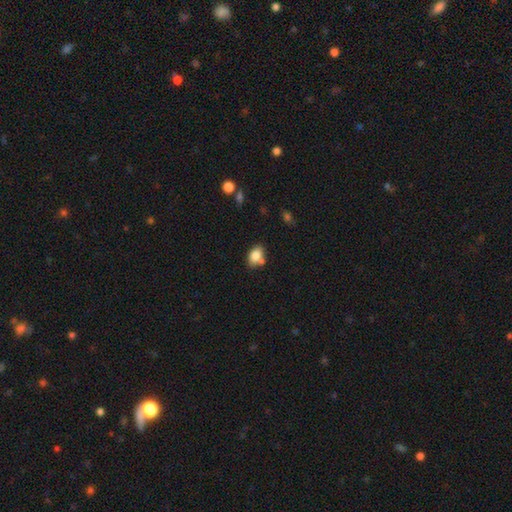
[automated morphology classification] Smooth or featured? smooth (81%)
How rounded? in between (81%)
Merging? none (63%)